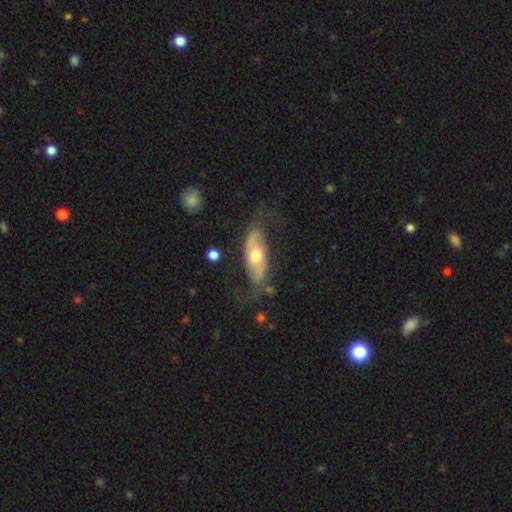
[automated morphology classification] Q: Smooth or featured?
A: featured or disk (62%); runner-up: smooth (33%)
Q: Edge-on disk?
A: no (81%); runner-up: yes (19%)
Q: Merging?
A: none (64%); runner-up: minor disturbance (22%)